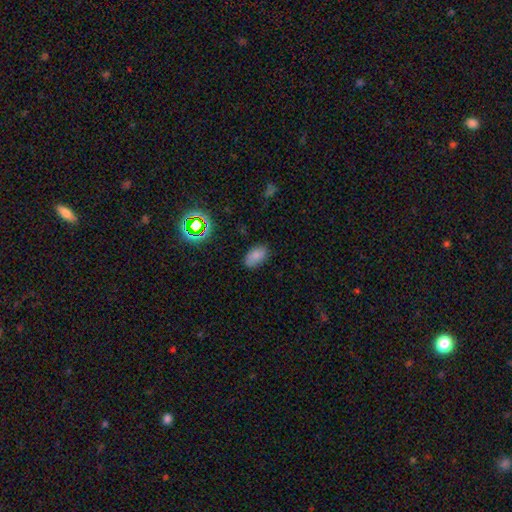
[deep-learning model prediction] Morphology: type=smooth (80%); roundness=in between (92%); merging=none (82%).